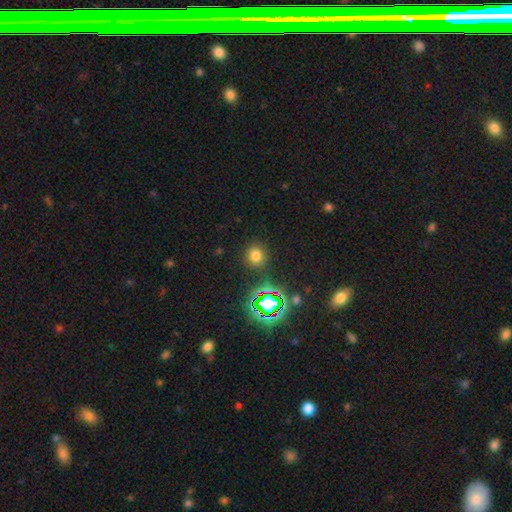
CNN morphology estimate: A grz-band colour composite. It shows a smooth galaxy with no disk features (70%) that is round (89%). Merging: none (87%).